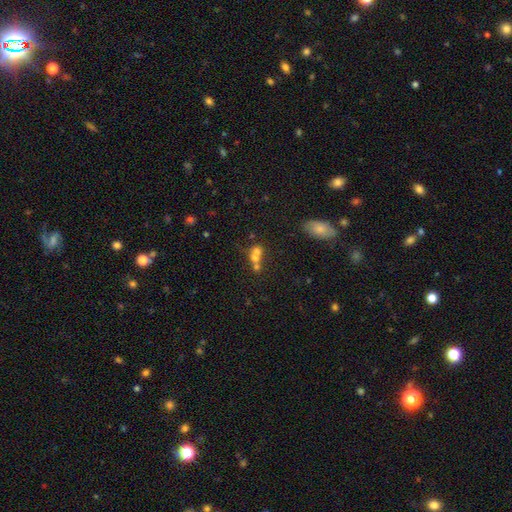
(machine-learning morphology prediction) This is likely a smooth galaxy (62%). How rounded: likely round (71%). Merging: likely merger (62%).